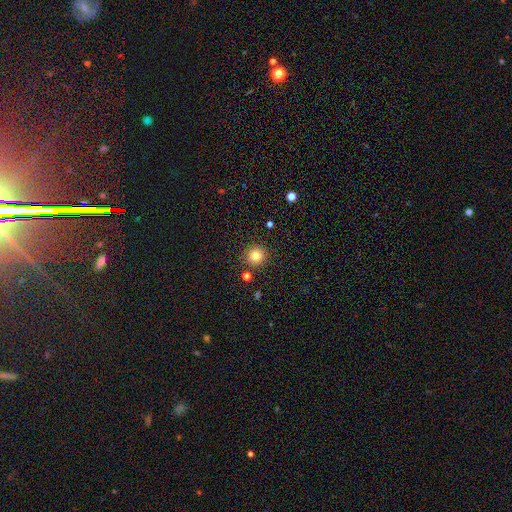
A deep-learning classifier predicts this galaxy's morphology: smooth_or_featured: smooth (p=0.81) [alt: star or artifact p=0.12]
how_rounded: round (p=0.94) [alt: in between p=0.05]
merging: none (p=0.88) [alt: minor disturbance p=0.06]